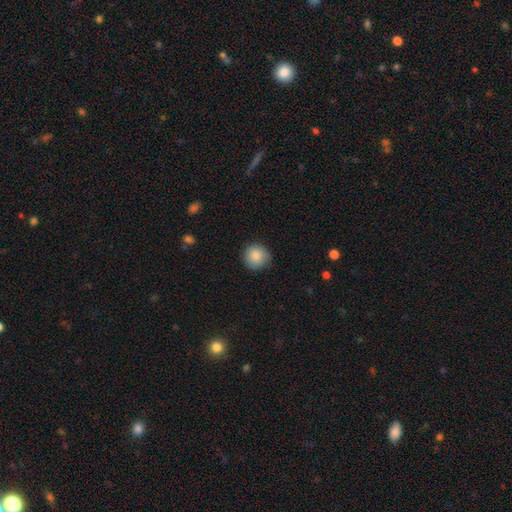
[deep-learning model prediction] Smooth or featured? Predicted: smooth (p=0.87). How rounded? Predicted: round (p=0.93). Merging? Predicted: none (p=0.86).